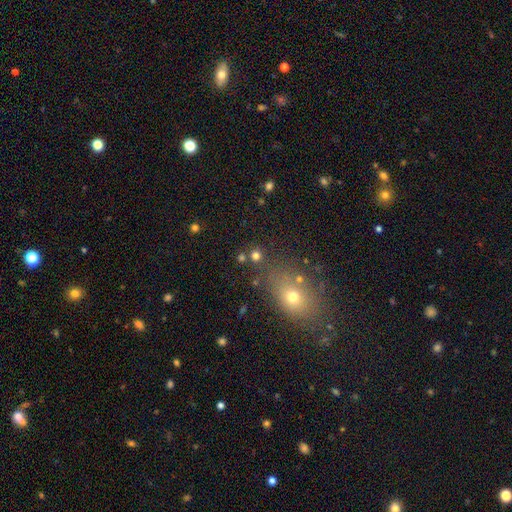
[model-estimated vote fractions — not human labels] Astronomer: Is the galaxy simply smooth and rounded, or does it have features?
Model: smooth — 72%.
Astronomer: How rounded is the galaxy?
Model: round — 88%.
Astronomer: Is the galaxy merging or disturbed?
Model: none — 75%.